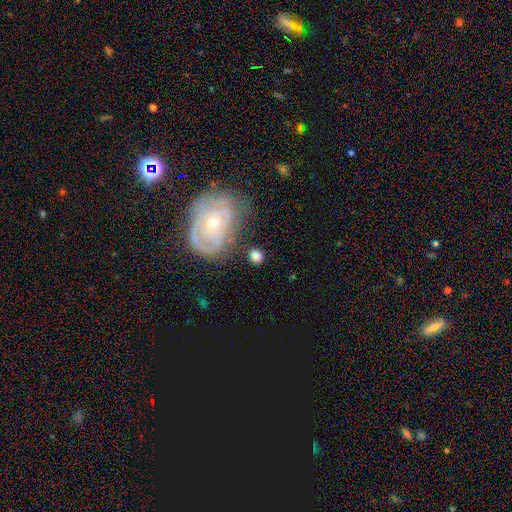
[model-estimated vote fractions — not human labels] This appears to be a smooth galaxy with no disk features (69%) that is round (59%). Merging: none (75%).